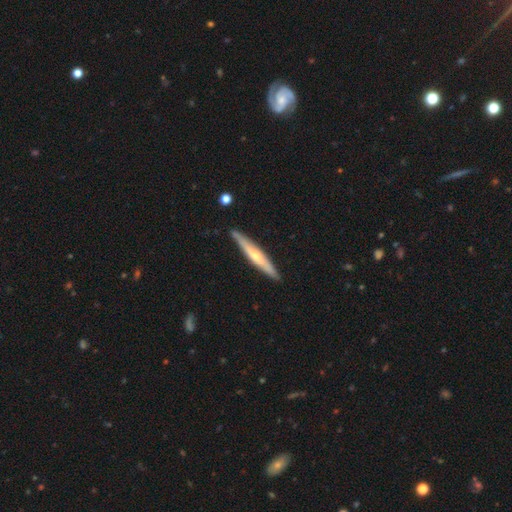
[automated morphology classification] A featured or disk galaxy (59%) viewed edge-on (93%) with a rounded central bulge (76%). Merging: none (86%).